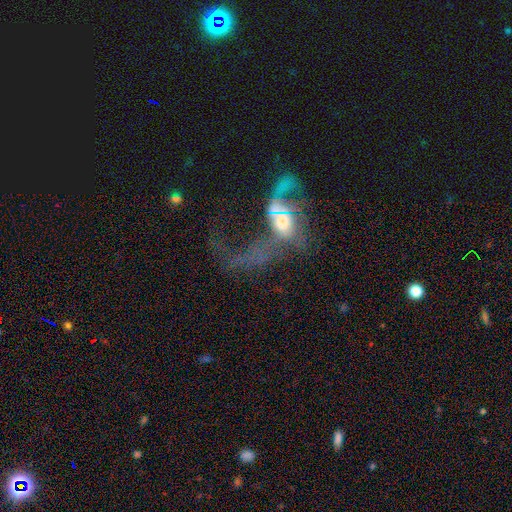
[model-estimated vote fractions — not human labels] Smooth or featured?
  - featured or disk: 58% *
  - smooth: 27%
  - star or artifact: 15%
Edge-on disk?
  - no: 94% *
  - yes: 6%
Bar?
  - no: 74% *
  - weak: 19%
  - strong: 7%
Spiral arms?
  - no: 61% *
  - yes: 39%
Bulge size?
  - moderate: 52% *
  - large: 21%
  - small: 15%
  - none: 7%
  - dominant: 5%
Merging?
  - major disturbance: 51% *
  - merger: 31%
  - none: 11%
  - minor disturbance: 7%